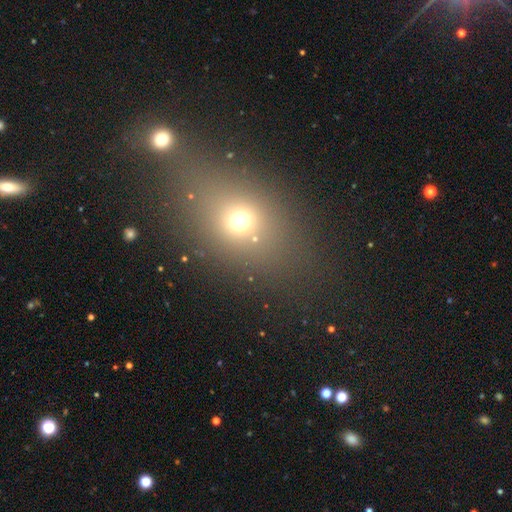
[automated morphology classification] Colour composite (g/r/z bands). It shows a smooth galaxy with no disk features (56%) that is in between round and cigar-shaped (57%). Merging: none (69%).